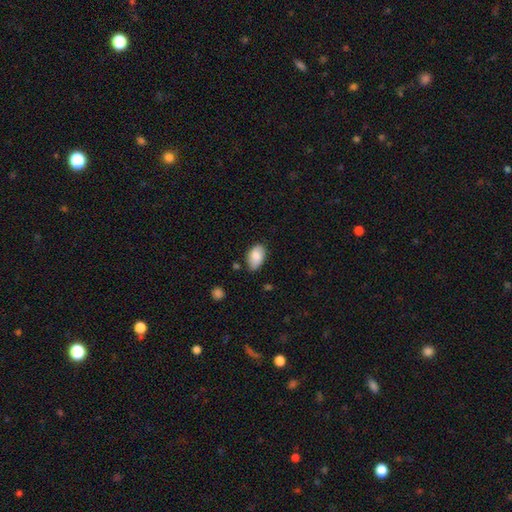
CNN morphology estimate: This is clearly a smooth galaxy (83%). How rounded: clearly in between (92%). Merging: likely none (71%).